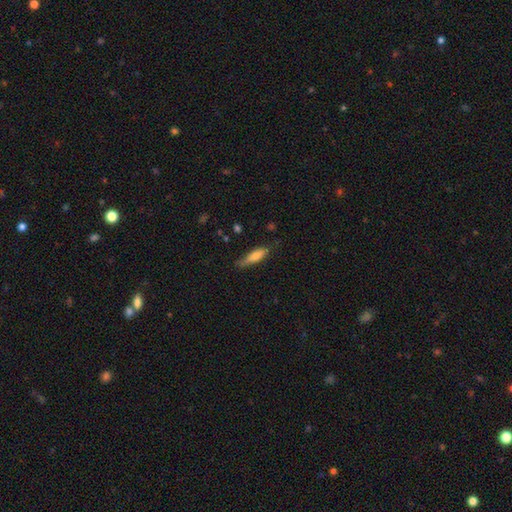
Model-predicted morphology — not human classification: Q: Smooth or featured?
A: smooth (75%); runner-up: featured or disk (19%)
Q: How rounded?
A: cigar-shaped (61%); runner-up: in between (37%)
Q: Merging?
A: none (67%); runner-up: minor disturbance (26%)